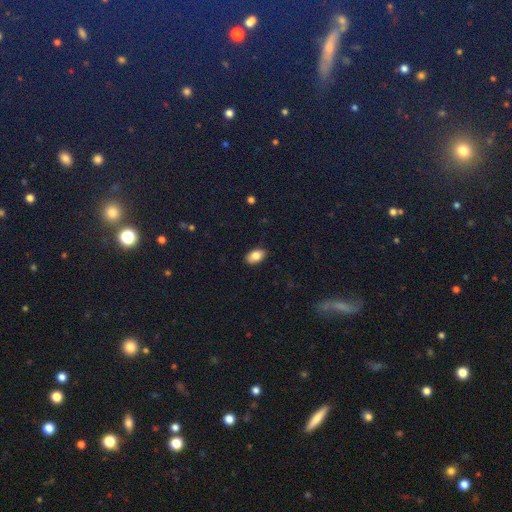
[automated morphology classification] A smooth galaxy with no disk features (83%) that is in between round and cigar-shaped (92%). Merging: none (88%).